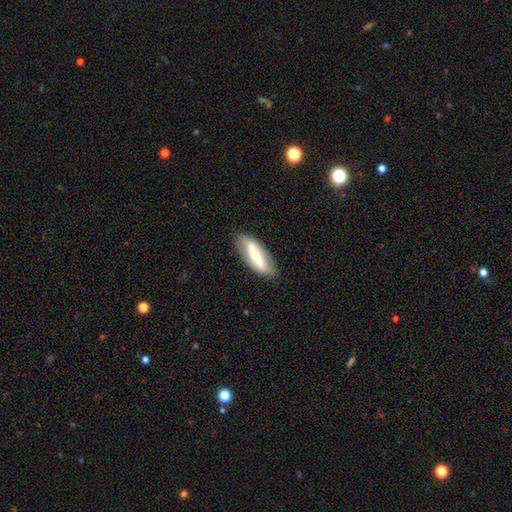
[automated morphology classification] A smooth galaxy with no disk features (52%) that is in between round and cigar-shaped (57%). Merging: none (77%).